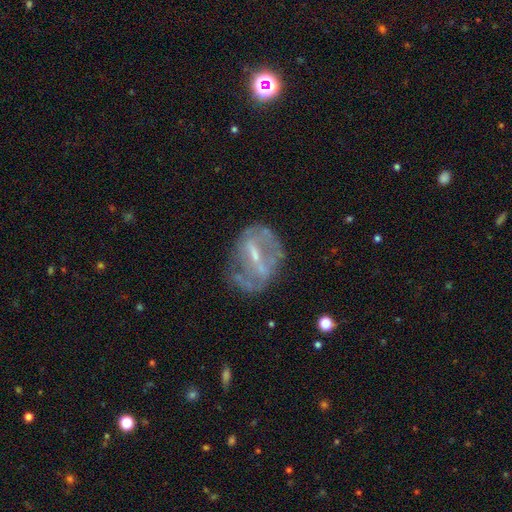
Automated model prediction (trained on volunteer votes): Smooth or featured?
  - featured or disk: 72% *
  - smooth: 19%
  - star or artifact: 9%
Edge-on disk?
  - no: 94% *
  - yes: 6%
Bar?
  - strong: 40% * (tied)
  - weak: 40% * (tied)
  - no: 20%
Spiral arms?
  - no: 56% *
  - yes: 44%
Bulge size?
  - small: 54% *
  - moderate: 30%
  - none: 12%
  - large: 2%
  - dominant: 1%
Merging?
  - none: 54% *
  - minor disturbance: 23%
  - major disturbance: 19%
  - merger: 4%